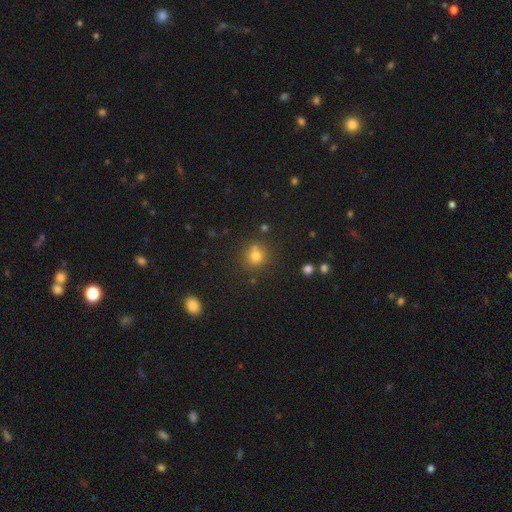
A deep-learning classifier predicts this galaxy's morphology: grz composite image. It shows a smooth galaxy with no disk features (76%) that is round (87%). Merging: none (72%).